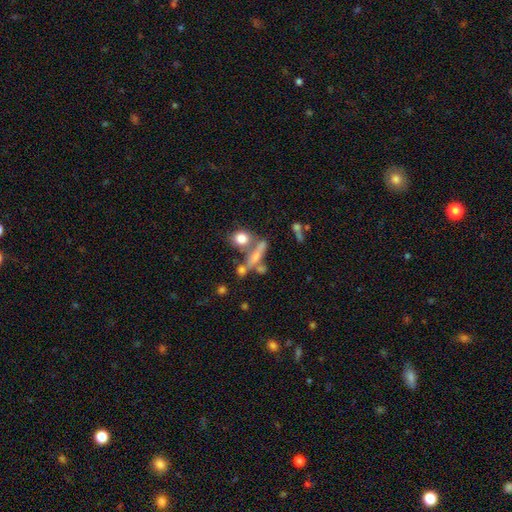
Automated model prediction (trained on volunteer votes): smooth-or-featured: smooth: 50% | featured or disk: 35% | star or artifact: 15%
  how-rounded: cigar-shaped: 51% | in between: 31% | round: 18%
  merging: none: 47% | merger: 30% | minor disturbance: 13% | major disturbance: 10%